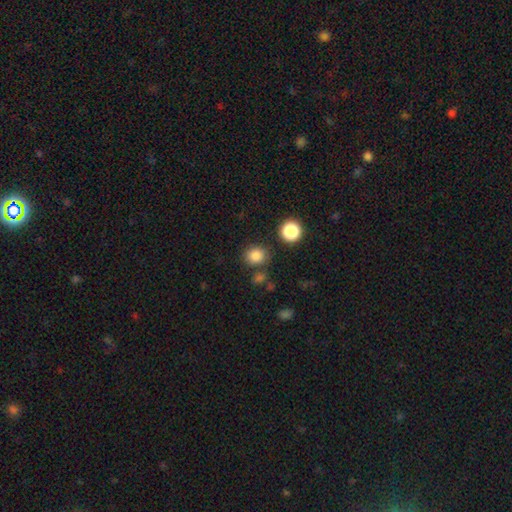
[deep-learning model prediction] Overall: smooth (82%). How rounded: round (77%). Merging: none (80%).